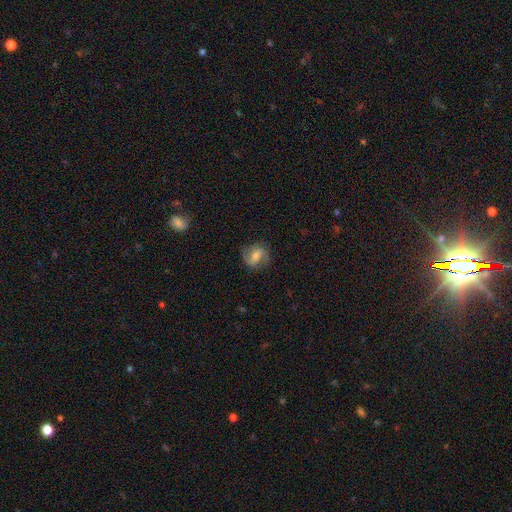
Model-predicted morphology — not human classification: A featured or disk galaxy (54%) with a weak bar (44%), spiral arms (83%) and a moderate central bulge (53%). Merging: none (74%).